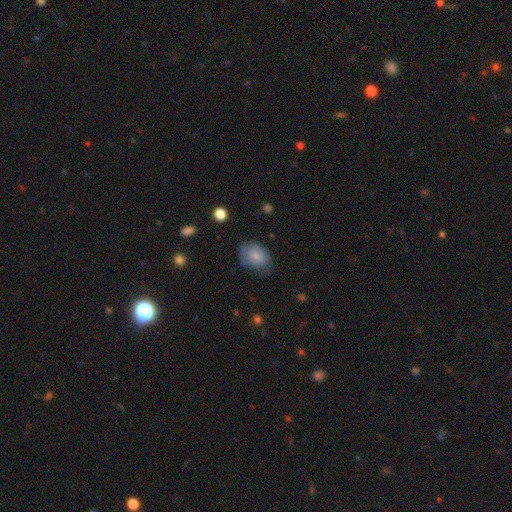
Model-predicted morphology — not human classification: Smooth or featured? Predicted: smooth (p=0.81). How rounded? Predicted: in between (p=0.74). Merging? Predicted: none (p=0.63).